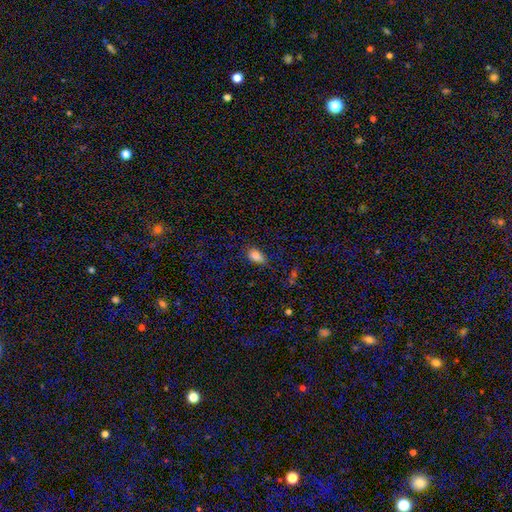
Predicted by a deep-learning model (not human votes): Morphology: type=smooth (84%); roundness=in between (88%); merging=none (71%).